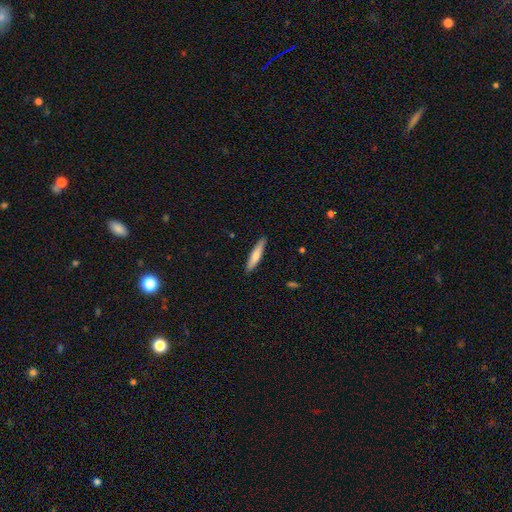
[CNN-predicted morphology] Smooth or featured? smooth (68%)
How rounded? cigar-shaped (87%)
Merging? none (88%)